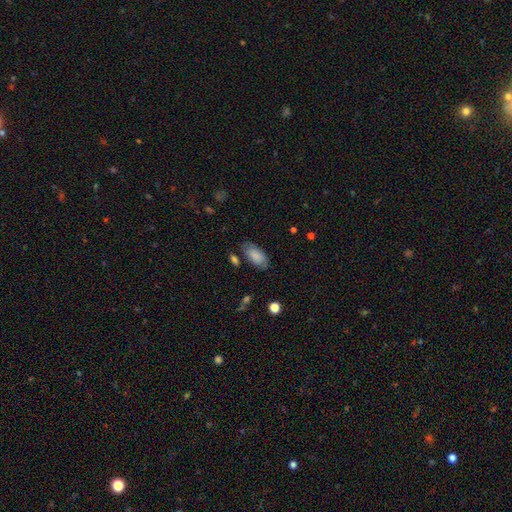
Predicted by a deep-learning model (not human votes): A smooth galaxy with no disk features (82%) that is in between round and cigar-shaped (93%). Merging: none (74%).